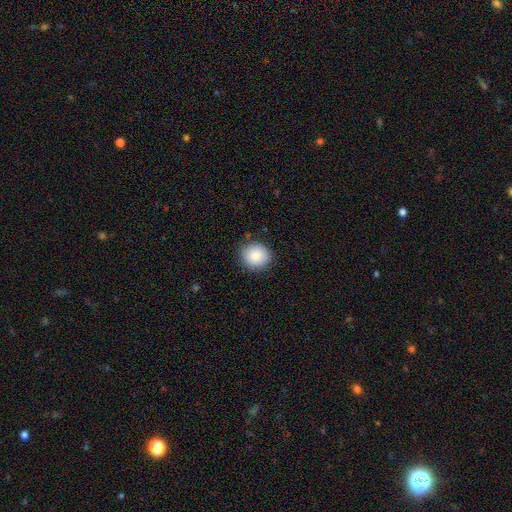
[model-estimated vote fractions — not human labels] smooth 85%, star or artifact 8%, featured or disk 7%. Down the decision tree: how rounded — round (84%); merging — none (88%).